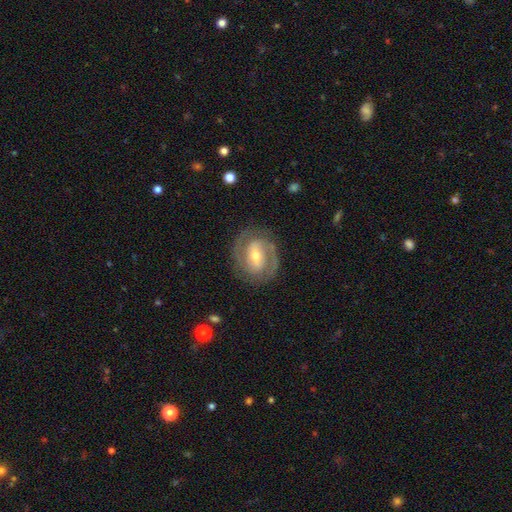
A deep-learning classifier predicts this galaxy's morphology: Smooth or featured? Predicted: featured or disk (p=0.85). Edge-on disk? Predicted: no (p=0.97). Bar? Predicted: weak (p=0.40). Spiral arms? Predicted: yes (p=0.92). Spiral winding? Predicted: tight (p=0.53). Spiral arm count? Predicted: 2 (p=0.86). Bulge size? Predicted: moderate (p=0.52). Merging? Predicted: none (p=0.83).